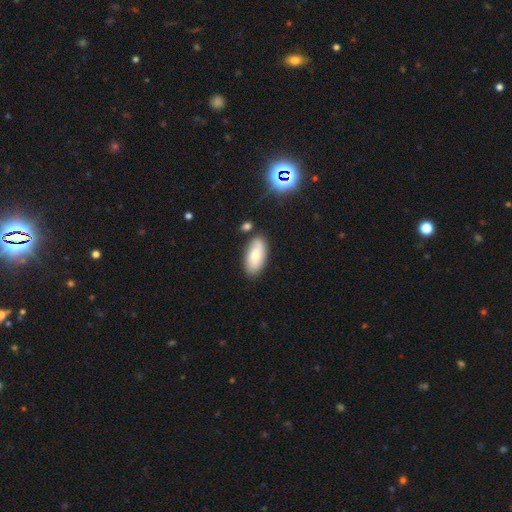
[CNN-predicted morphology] type=smooth (74%); roundness=in between (91%); merging=none (77%).